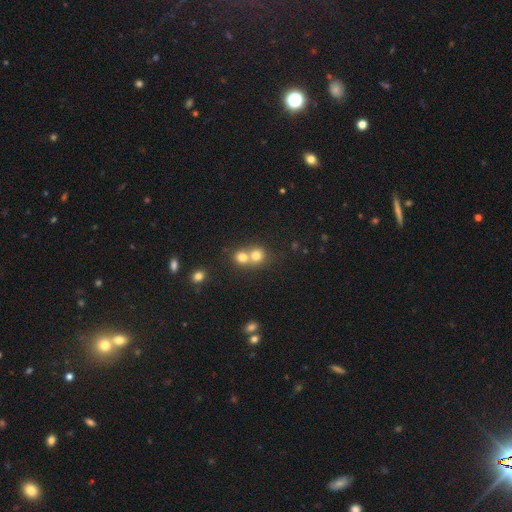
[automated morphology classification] type=smooth (74%); roundness=round (83%); merging=merger (58%).